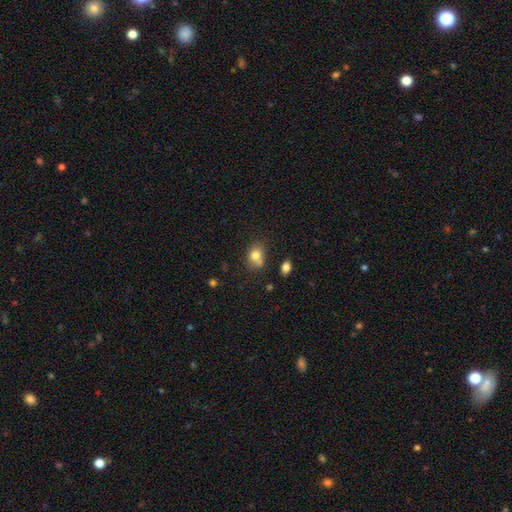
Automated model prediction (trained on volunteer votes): smooth-or-featured: smooth: 78% | featured or disk: 11% | star or artifact: 11%
  how-rounded: in between: 55% | round: 44% | cigar-shaped: 1%
  merging: none: 53% | merger: 23% | minor disturbance: 19% | major disturbance: 6%